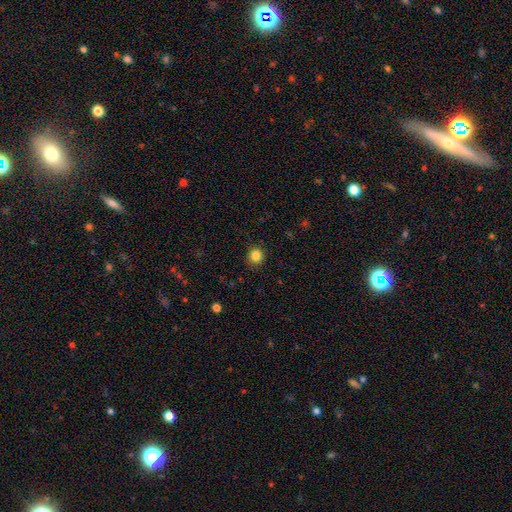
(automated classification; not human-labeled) This is clearly a smooth galaxy (85%). How rounded: clearly round (87%). Merging: clearly none (88%).